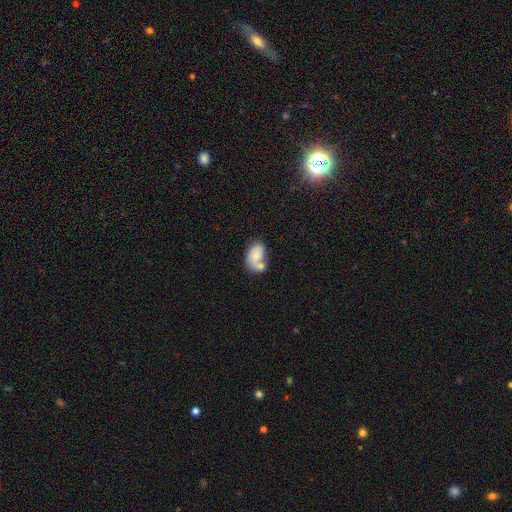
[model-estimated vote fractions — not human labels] Smooth or featured? Predicted: smooth (p=0.57). How rounded? Predicted: in between (p=0.86). Merging? Predicted: merger (p=0.40).